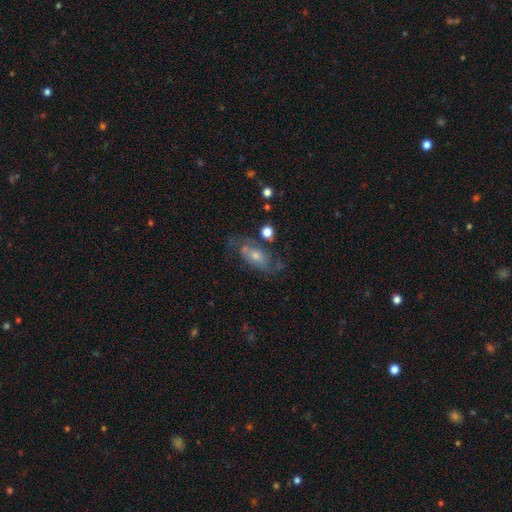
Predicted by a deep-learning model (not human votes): Smooth or featured?
  - featured or disk: 62% *
  - smooth: 26%
  - star or artifact: 12%
Edge-on disk?
  - no: 89% *
  - yes: 11%
Bar?
  - no: 66% *
  - weak: 27%
  - strong: 7%
Spiral arms?
  - yes: 75% *
  - no: 25%
Bulge size?
  - small: 48% *
  - moderate: 43%
  - large: 4%
  - none: 3%
  - dominant: 1%
Merging?
  - none: 60% *
  - minor disturbance: 20%
  - major disturbance: 14%
  - merger: 6%